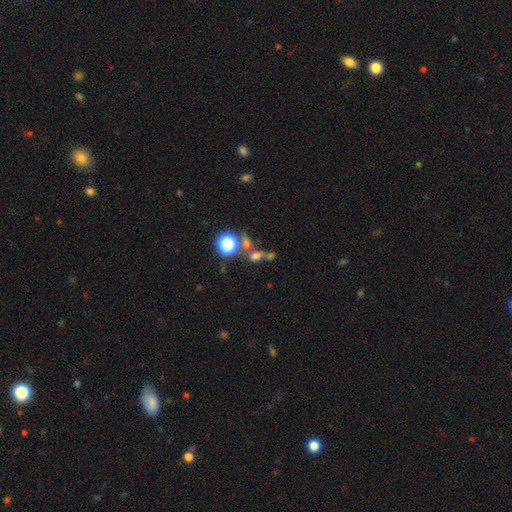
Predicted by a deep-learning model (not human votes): Smooth or featured? smooth (59%)
How rounded? round (48%)
Merging? none (48%)